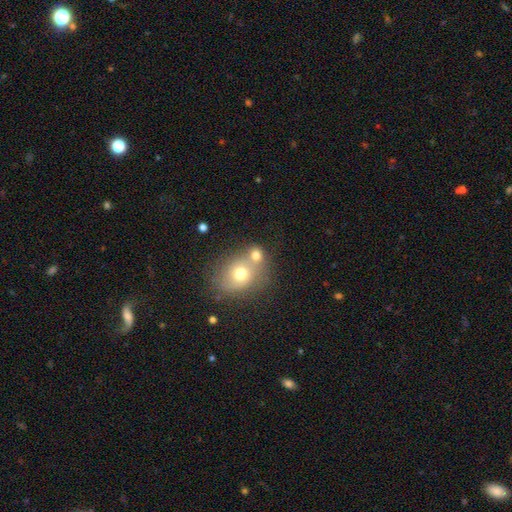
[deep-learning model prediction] A smooth galaxy with no disk features (70%) that is round (62%).

Vote fractions:
- Smooth or featured? smooth: 70% / featured or disk: 18% / star or artifact: 12%
- How rounded? round: 62% / in between: 36% / cigar-shaped: 1%
- Merging? merger: 46% / none: 39% / minor disturbance: 10% / major disturbance: 5%